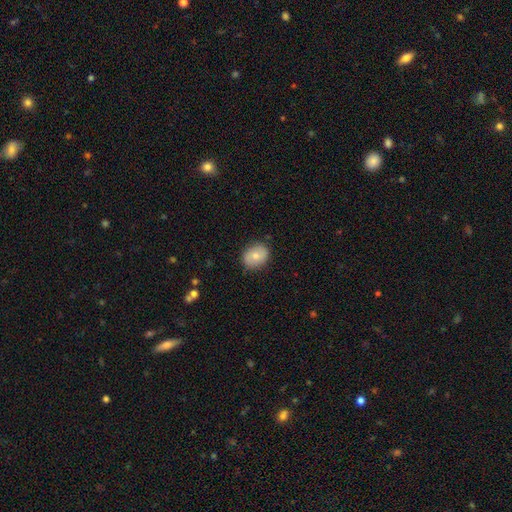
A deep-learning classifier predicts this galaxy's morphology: A smooth galaxy with no disk features (74%) that is round (53%).

Vote fractions:
- Smooth or featured? smooth: 74% / featured or disk: 18% / star or artifact: 8%
- How rounded? round: 53% / in between: 46% / cigar-shaped: 1%
- Merging? none: 85% / minor disturbance: 12% / major disturbance: 2% / merger: 1%